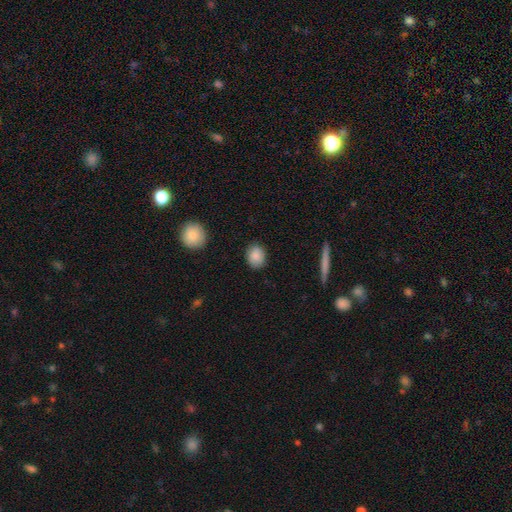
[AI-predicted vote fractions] Overall: smooth (87%). How rounded: in between (54%; round 45%). Merging: none (86%).